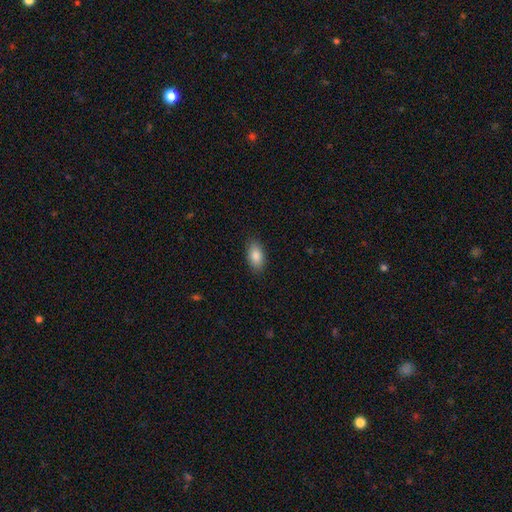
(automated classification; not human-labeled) smooth 86%, featured or disk 7%, star or artifact 7%. Down the decision tree: how rounded — in between (92%); merging — none (88%).